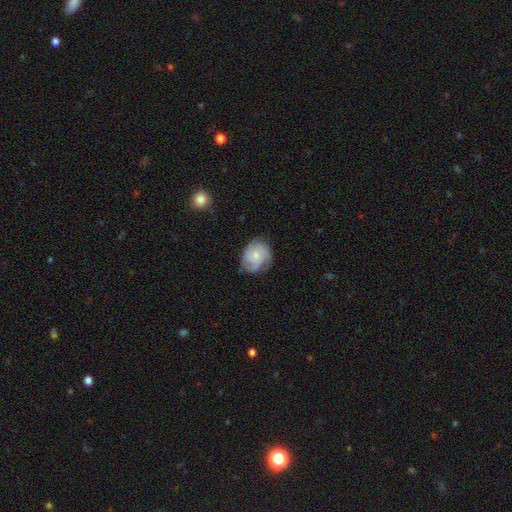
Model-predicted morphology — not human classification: smooth_or_featured: featured or disk (p=0.55) [alt: smooth p=0.38]
disk_edge_on: no (p=0.98) [alt: yes p=0.02]
bar: no (p=0.80) [alt: weak p=0.18]
has_spiral_arms: yes (p=0.87) [alt: no p=0.13]
bulge_size: small (p=0.60) [alt: moderate p=0.33]
merging: none (p=0.63) [alt: minor disturbance p=0.26]